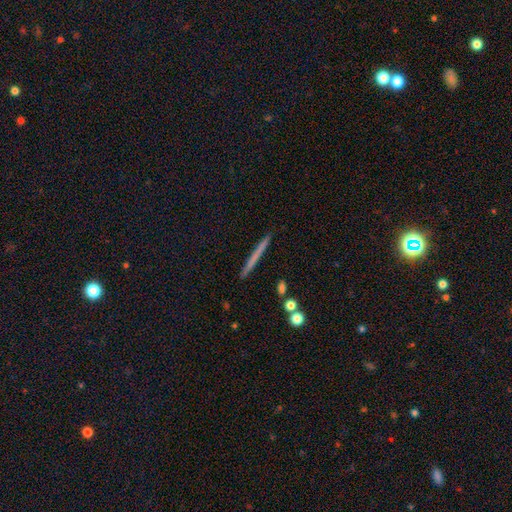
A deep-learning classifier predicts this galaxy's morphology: smooth-or-featured: smooth: 55% | featured or disk: 38% | star or artifact: 7%
  how-rounded: cigar-shaped: 96% | round: 2% | in between: 2%
  merging: none: 91% | minor disturbance: 6% | merger: 2% | major disturbance: 1%